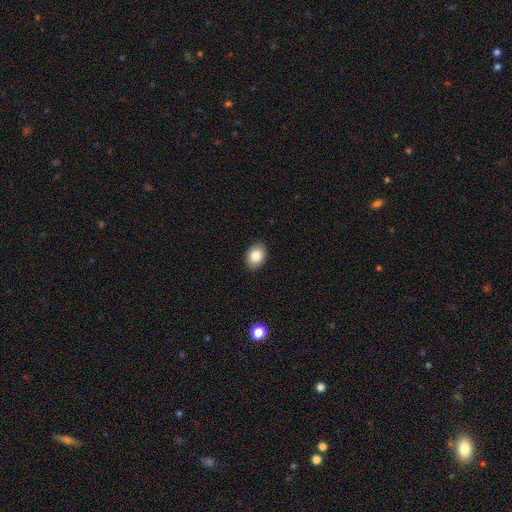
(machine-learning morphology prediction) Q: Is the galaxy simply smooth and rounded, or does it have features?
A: smooth — 85%.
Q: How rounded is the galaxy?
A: in between — 79%.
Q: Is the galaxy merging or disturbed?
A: none — 89%.